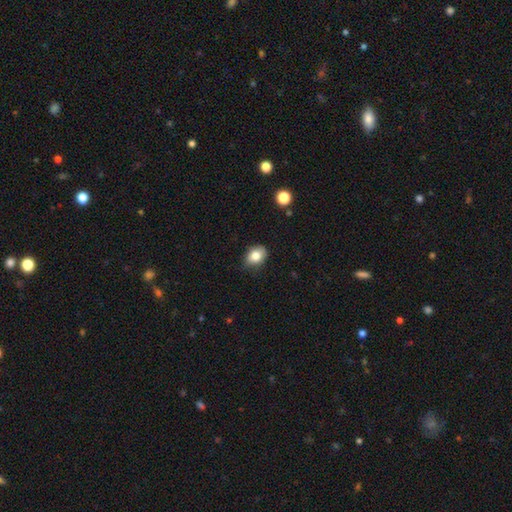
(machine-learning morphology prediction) Smooth or featured?
  - smooth: 81% *
  - featured or disk: 10%
  - star or artifact: 9%
How rounded?
  - in between: 62% *
  - round: 37%
  - cigar-shaped: 1%
Merging?
  - none: 71% *
  - minor disturbance: 24%
  - major disturbance: 4%
  - merger: 1%